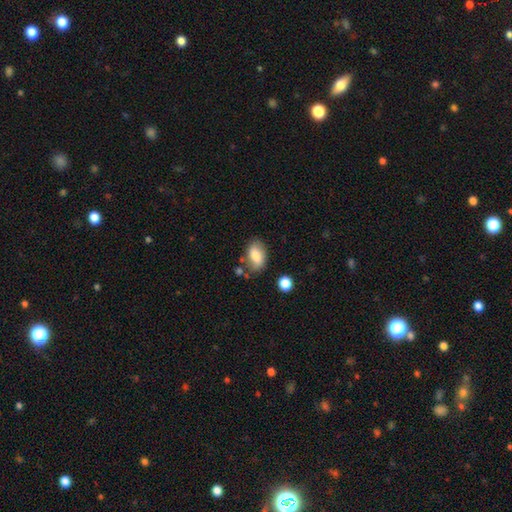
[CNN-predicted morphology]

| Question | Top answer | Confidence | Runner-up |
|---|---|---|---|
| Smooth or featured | smooth | 78% | featured or disk (14%) |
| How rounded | in between | 89% | round (9%) |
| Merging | none | 69% | minor disturbance (19%) |